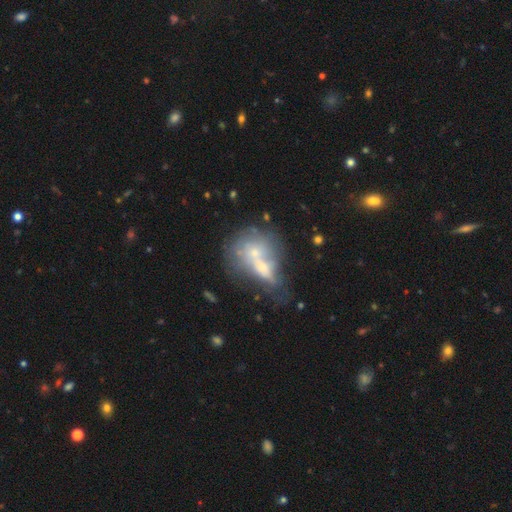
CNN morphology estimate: featured or disk 44%, smooth 42%, star or artifact 13%. Down the decision tree: merging — merger (61%).